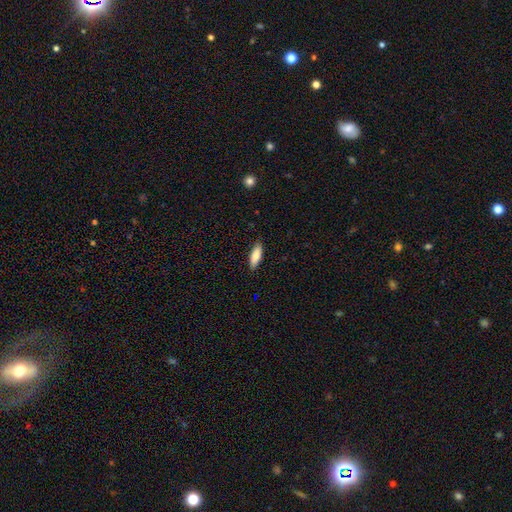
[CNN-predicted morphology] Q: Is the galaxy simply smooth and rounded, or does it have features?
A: smooth — 85%.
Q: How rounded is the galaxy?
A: in between — 57%.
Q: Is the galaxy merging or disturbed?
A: none — 86%.